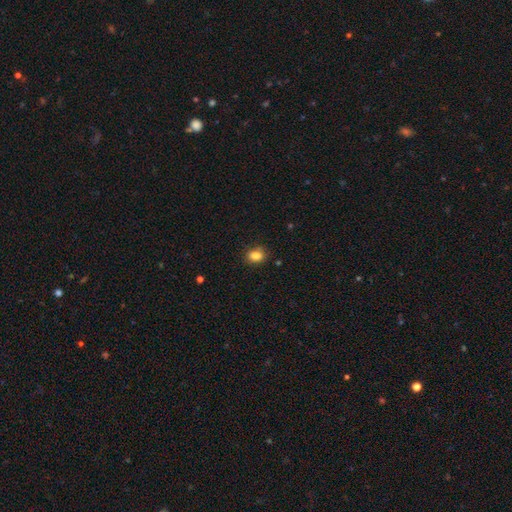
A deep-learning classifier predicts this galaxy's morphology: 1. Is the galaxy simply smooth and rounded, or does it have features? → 85% smooth, 10% star or artifact, 5% featured or disk.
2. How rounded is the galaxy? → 69% in between, 30% round, 2% cigar-shaped.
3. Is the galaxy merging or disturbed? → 81% none, 14% minor disturbance, 3% major disturbance, 2% merger.